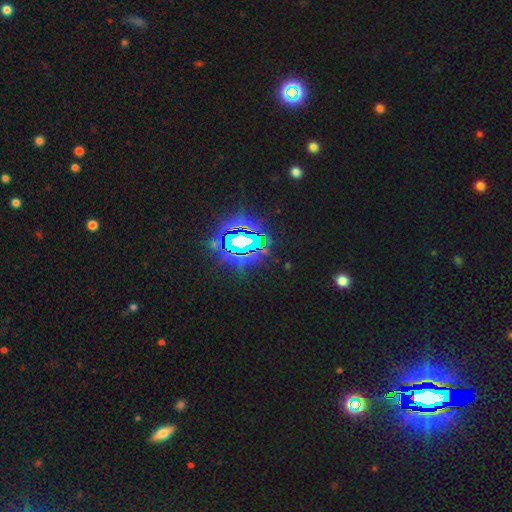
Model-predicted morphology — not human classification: A star or artifact, not a galaxy (82%).

Vote fractions:
- Smooth or featured? star or artifact: 82% / smooth: 10% / featured or disk: 7%